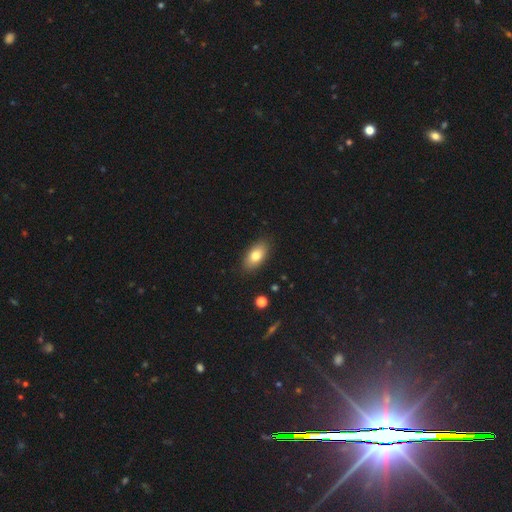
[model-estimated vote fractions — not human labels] Q: Smooth or featured?
A: smooth (79%); runner-up: featured or disk (14%)
Q: How rounded?
A: in between (91%); runner-up: round (5%)
Q: Merging?
A: none (88%); runner-up: minor disturbance (9%)